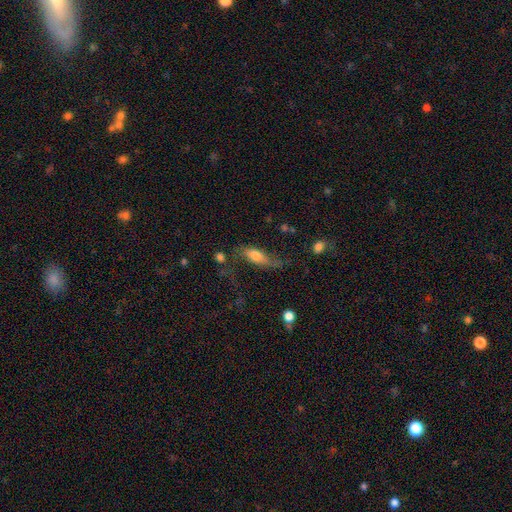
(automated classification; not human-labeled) Smooth or featured: smooth — 60% (featured or disk — 32%)
How rounded: in between — 68% (cigar-shaped — 28%)
Merging: none — 40% (major disturbance — 29%)